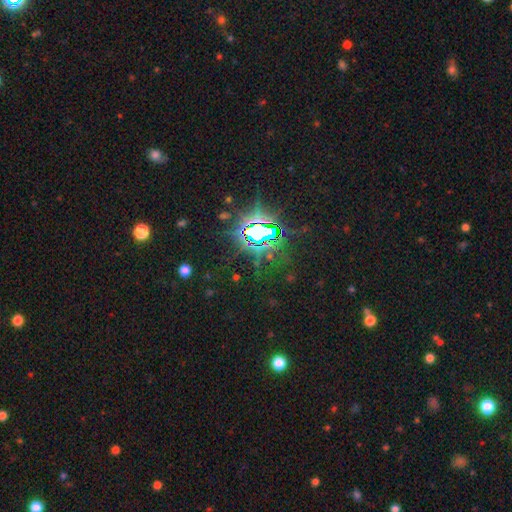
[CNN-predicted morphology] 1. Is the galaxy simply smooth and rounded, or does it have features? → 84% star or artifact, 9% smooth, 7% featured or disk.